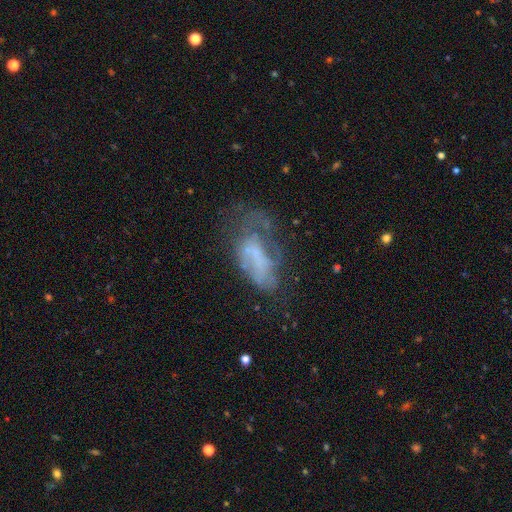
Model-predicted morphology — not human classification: Smooth or featured?
  - featured or disk: 53% *
  - smooth: 34%
  - star or artifact: 13%
Edge-on disk?
  - no: 94% *
  - yes: 6%
Bar?
  - no: 75% *
  - weak: 19%
  - strong: 7%
Spiral arms?
  - no: 74% *
  - yes: 26%
Bulge size?
  - none: 62% *
  - small: 21%
  - moderate: 11%
  - large: 4%
  - dominant: 1%
Merging?
  - major disturbance: 37% *
  - none: 32%
  - minor disturbance: 23%
  - merger: 7%